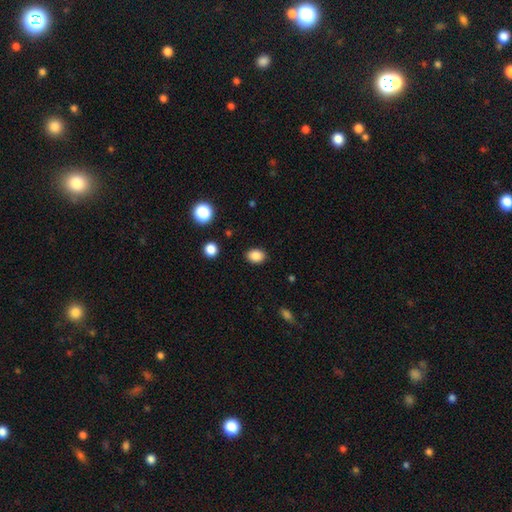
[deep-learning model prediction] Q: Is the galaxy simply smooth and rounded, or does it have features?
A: smooth — 87%.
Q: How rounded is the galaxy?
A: in between — 66%.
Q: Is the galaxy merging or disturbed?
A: none — 88%.